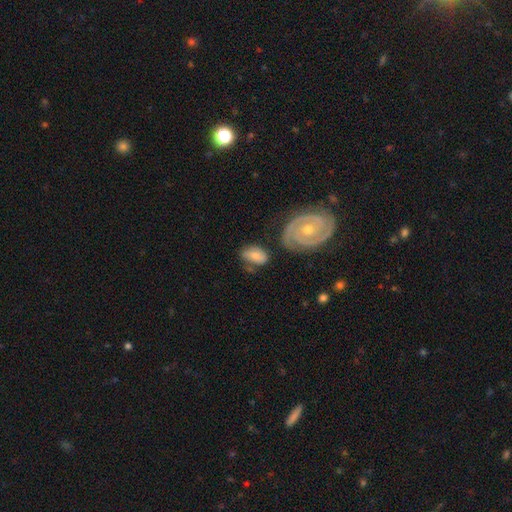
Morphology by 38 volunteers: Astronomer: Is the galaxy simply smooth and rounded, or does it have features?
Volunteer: smooth — 53% (runner-up: featured or disk, 39%).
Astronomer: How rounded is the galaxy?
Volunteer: in between — 90%.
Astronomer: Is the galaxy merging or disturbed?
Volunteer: none — 57%.